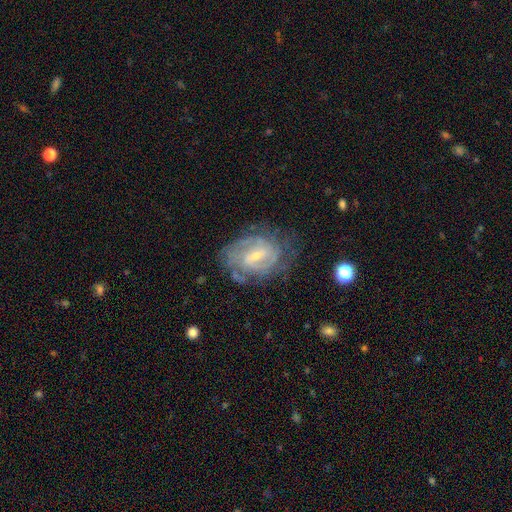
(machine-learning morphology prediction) A featured or disk galaxy (81%) with a weak bar (53%), tight (57%) spiral arms (89%) and a small central bulge (67%). Merging: none (67%).